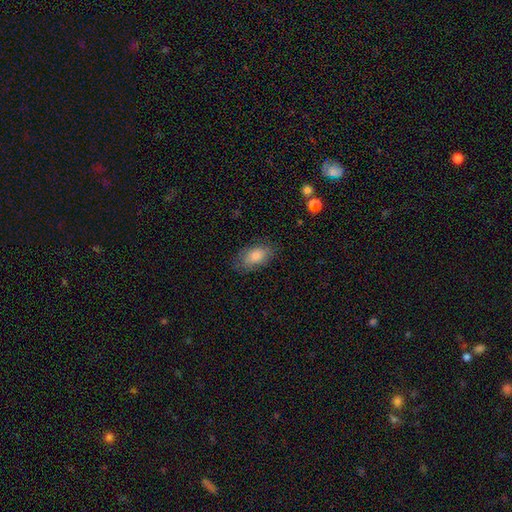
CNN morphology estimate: Overall: smooth (74%). How rounded: in between (90%). Merging: none (77%).